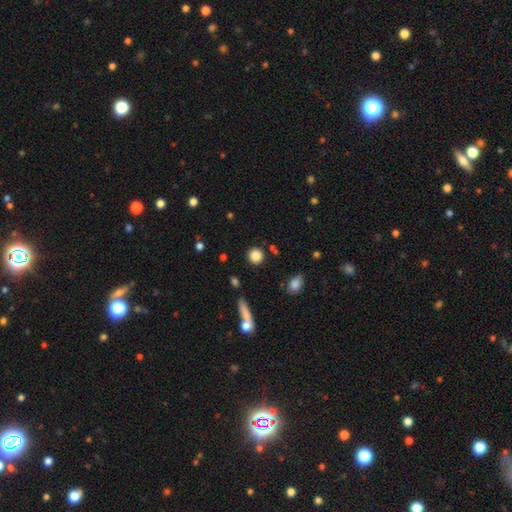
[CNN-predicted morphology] The model was most divided on "smooth or featured": smooth: 85%, star or artifact: 10%, featured or disk: 6%. More confident: how rounded — round (91%); merging — none (87%).